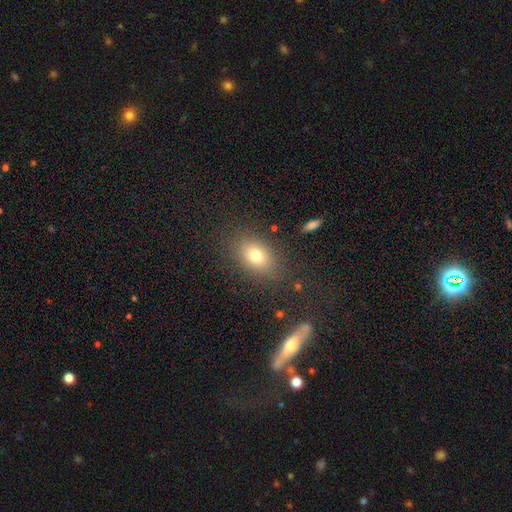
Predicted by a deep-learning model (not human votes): Q: Smooth or featured?
A: smooth (75%); runner-up: featured or disk (13%)
Q: How rounded?
A: in between (75%); runner-up: round (23%)
Q: Merging?
A: none (82%); runner-up: minor disturbance (11%)